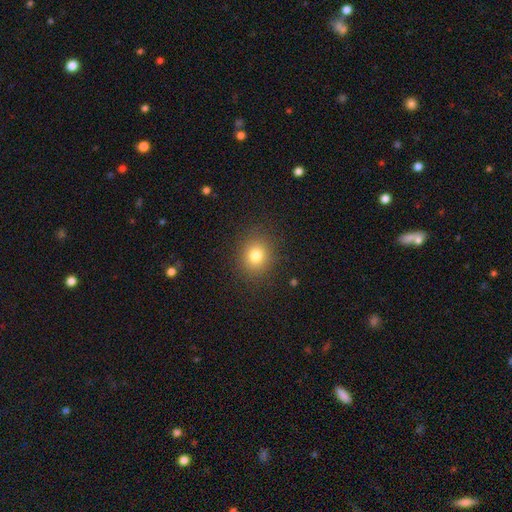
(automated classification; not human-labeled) smooth-or-featured: smooth: 79% | star or artifact: 13% | featured or disk: 8%
  how-rounded: round: 73% | in between: 26% | cigar-shaped: 1%
  merging: none: 88% | minor disturbance: 8% | major disturbance: 3% | merger: 1%